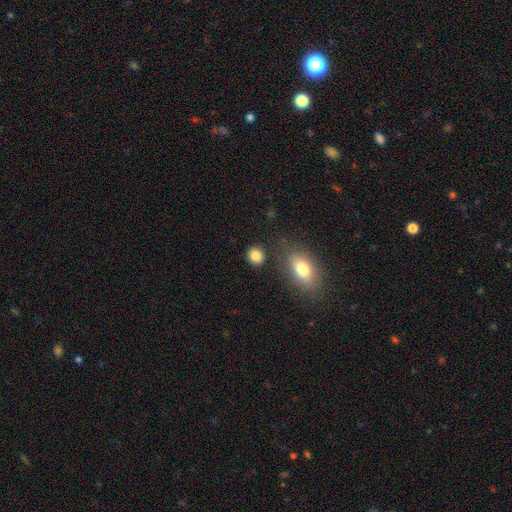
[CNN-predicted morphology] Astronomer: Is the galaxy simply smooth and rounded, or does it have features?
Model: smooth — 85%.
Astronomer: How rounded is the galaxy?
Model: round — 76%.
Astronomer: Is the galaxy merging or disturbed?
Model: none — 83%.